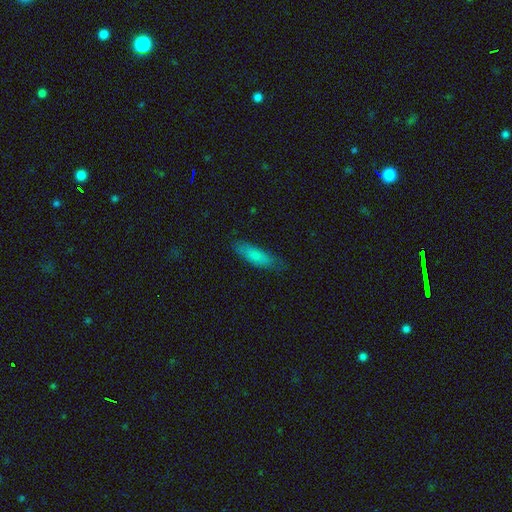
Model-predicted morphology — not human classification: A smooth galaxy with no disk features (80%) that is cigar-shaped (52%). Merging: none (77%).